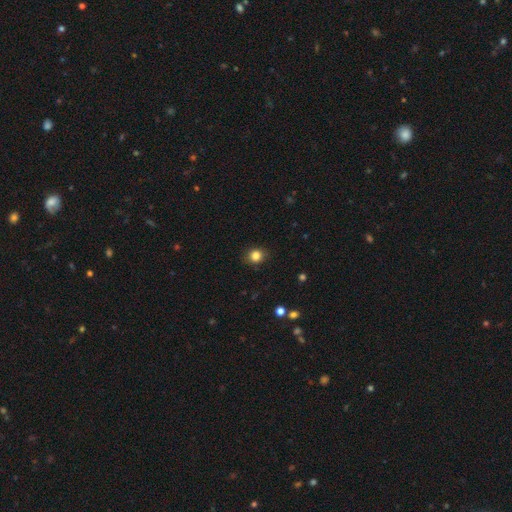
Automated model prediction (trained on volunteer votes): A smooth galaxy with no disk features (85%) that is round (80%).

Vote fractions:
- Smooth or featured? smooth: 85% / star or artifact: 11% / featured or disk: 4%
- How rounded? round: 80% / in between: 19% / cigar-shaped: 1%
- Merging? none: 88% / minor disturbance: 9% / major disturbance: 2% / merger: 1%